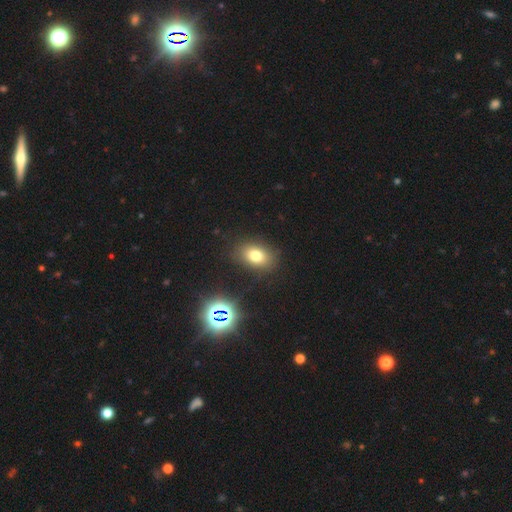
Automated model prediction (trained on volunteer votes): smooth_or_featured: smooth (p=0.74) [alt: star or artifact p=0.16]
how_rounded: in between (p=0.78) [alt: round p=0.21]
merging: none (p=0.85) [alt: minor disturbance p=0.10]